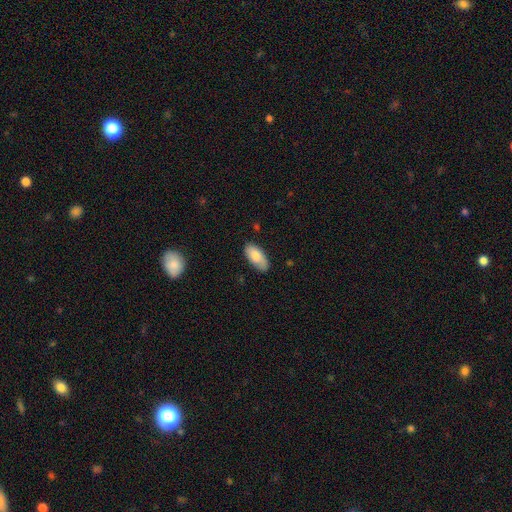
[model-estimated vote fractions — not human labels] smooth 81%, featured or disk 12%, star or artifact 6%. Down the decision tree: how rounded — in between (92%); merging — none (78%).